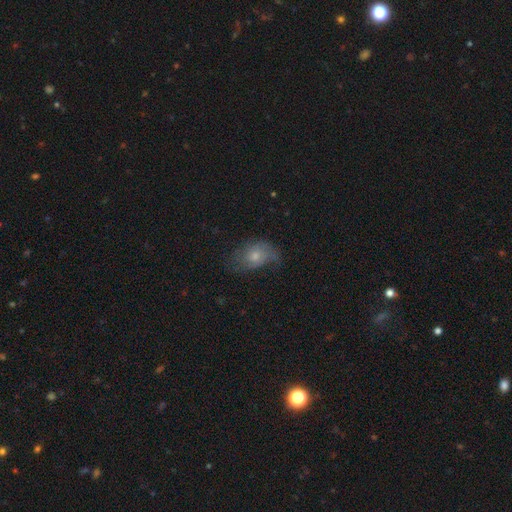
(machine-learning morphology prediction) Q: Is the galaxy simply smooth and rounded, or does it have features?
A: featured or disk — 46%.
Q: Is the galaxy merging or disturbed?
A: none — 48%.